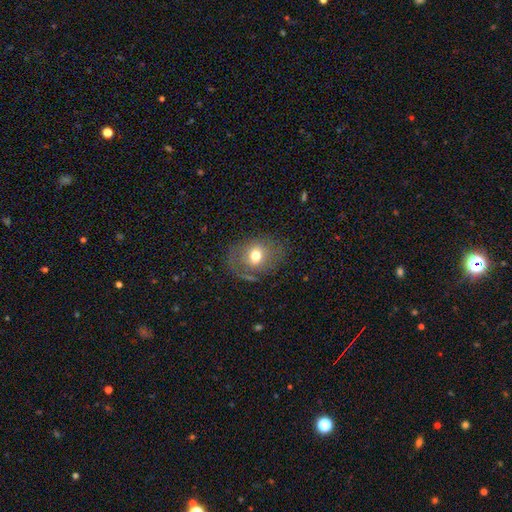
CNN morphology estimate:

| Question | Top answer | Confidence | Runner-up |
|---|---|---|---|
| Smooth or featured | smooth | 65% | featured or disk (24%) |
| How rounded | in between | 51% | round (48%) |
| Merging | none | 70% | minor disturbance (18%) |